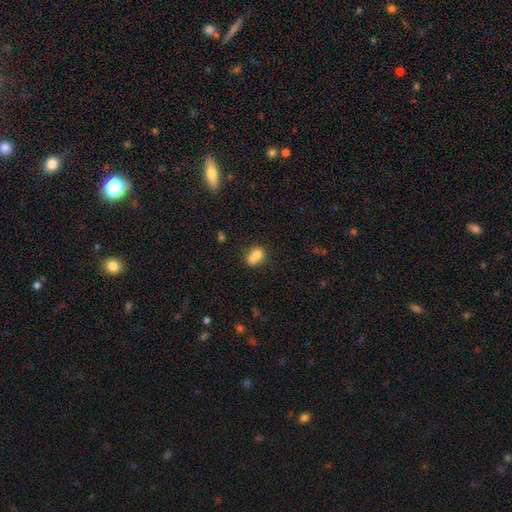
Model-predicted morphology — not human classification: Smooth or featured: smooth — 74% (featured or disk — 16%)
How rounded: round — 50% (in between — 49%)
Merging: merger — 54% (none — 30%)